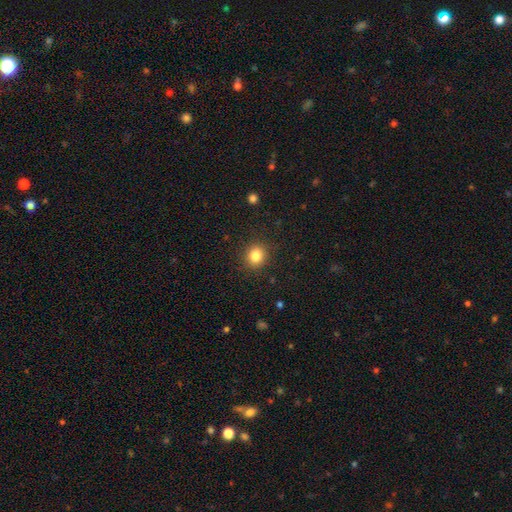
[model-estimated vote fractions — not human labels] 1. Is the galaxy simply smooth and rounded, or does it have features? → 83% smooth, 11% star or artifact, 5% featured or disk.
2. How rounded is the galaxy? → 82% round, 17% in between, 1% cigar-shaped.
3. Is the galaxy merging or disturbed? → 89% none, 7% minor disturbance, 3% major disturbance, 1% merger.